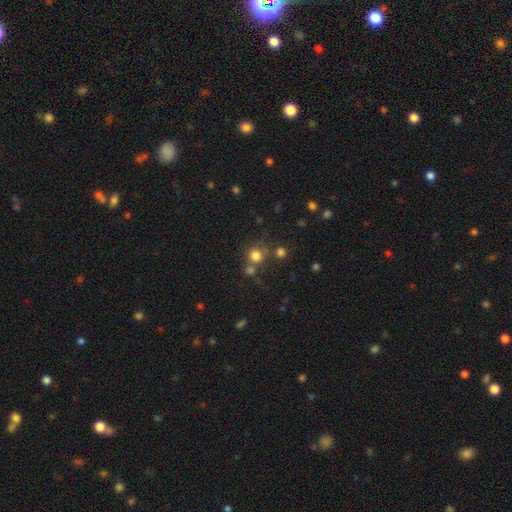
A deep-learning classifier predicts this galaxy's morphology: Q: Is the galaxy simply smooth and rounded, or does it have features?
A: smooth — 77%.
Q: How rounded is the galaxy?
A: round — 89%.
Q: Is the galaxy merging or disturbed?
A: none — 64%.